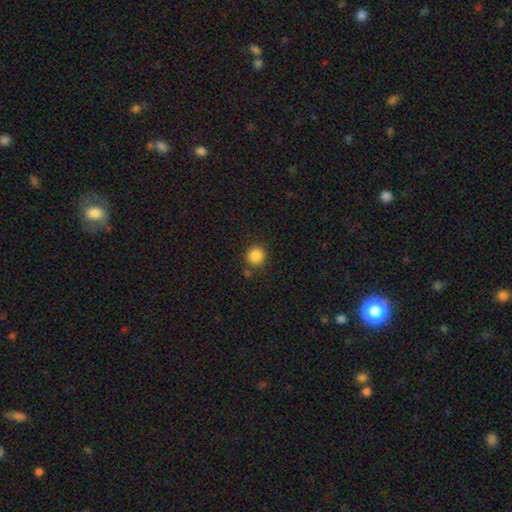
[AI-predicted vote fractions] Smooth or featured? smooth (86%)
How rounded? round (92%)
Merging? none (82%)